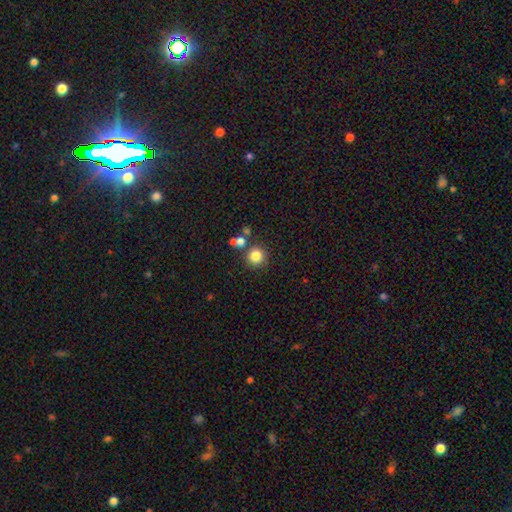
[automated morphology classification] Q: Smooth or featured?
A: smooth (82%); runner-up: star or artifact (12%)
Q: How rounded?
A: round (93%); runner-up: in between (6%)
Q: Merging?
A: none (76%); runner-up: merger (12%)